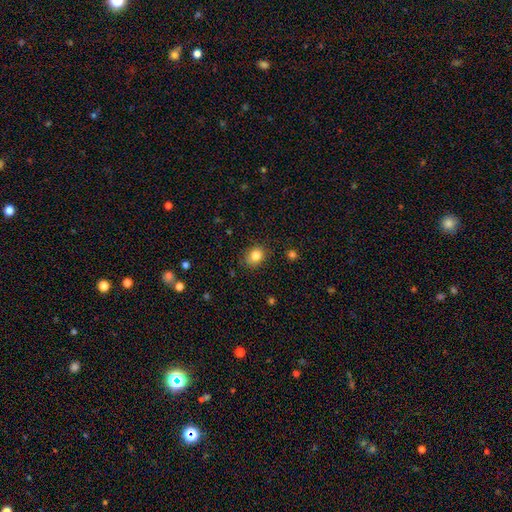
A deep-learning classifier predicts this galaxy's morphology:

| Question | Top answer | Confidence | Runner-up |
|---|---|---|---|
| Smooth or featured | smooth | 83% | star or artifact (10%) |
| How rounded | round | 55% | in between (44%) |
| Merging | none | 80% | minor disturbance (15%) |